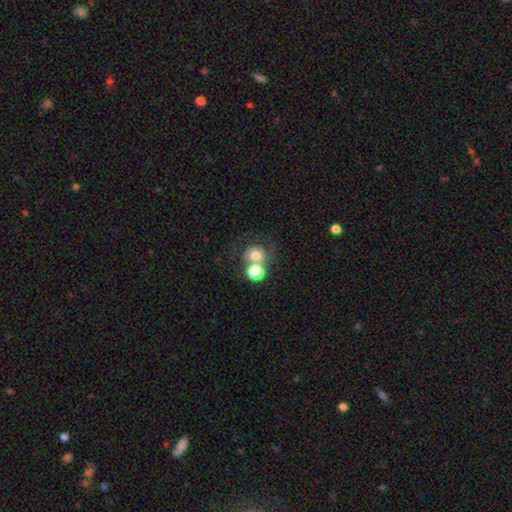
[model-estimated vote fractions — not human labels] A smooth galaxy with no disk features (72%) that is round (79%).

Vote fractions:
- Smooth or featured? smooth: 72% / featured or disk: 16% / star or artifact: 13%
- How rounded? round: 79% / in between: 20% / cigar-shaped: 1%
- Merging? merger: 43% / none: 41% / minor disturbance: 9% / major disturbance: 7%